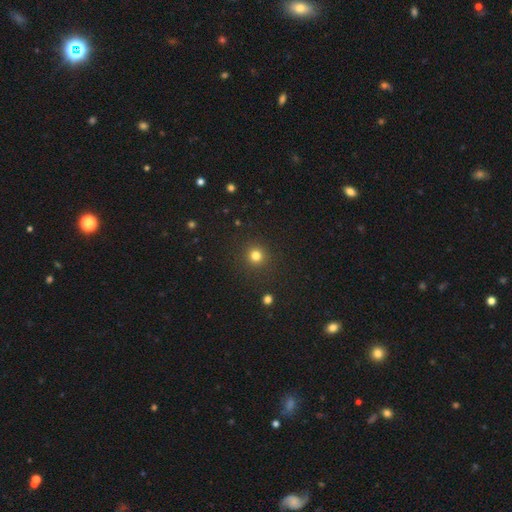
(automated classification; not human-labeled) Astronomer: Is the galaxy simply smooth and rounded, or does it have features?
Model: smooth — 80%.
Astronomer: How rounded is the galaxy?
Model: round — 94%.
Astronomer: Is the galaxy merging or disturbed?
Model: none — 91%.